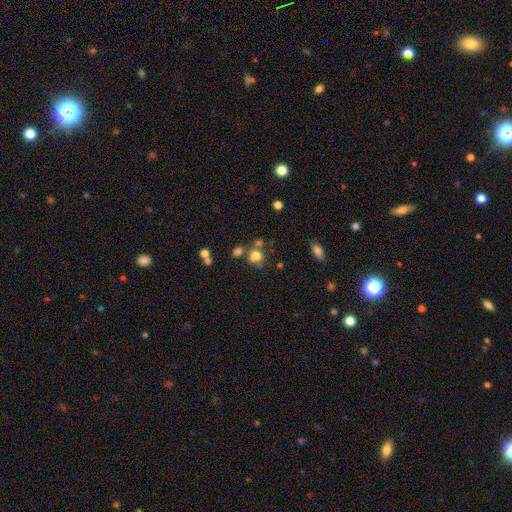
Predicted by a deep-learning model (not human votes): smooth 75%, star or artifact 14%, featured or disk 11%. Down the decision tree: how rounded — round (73%); merging — none (53%).